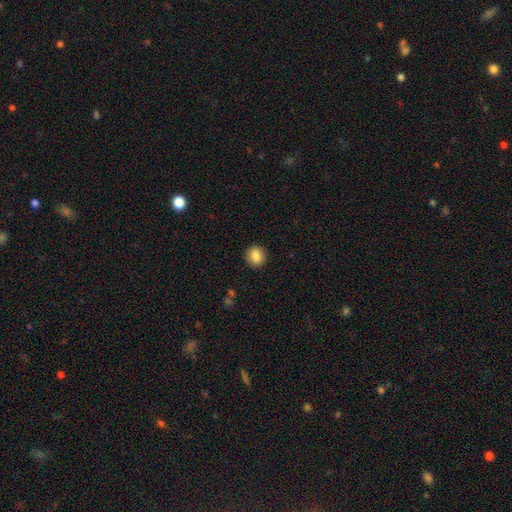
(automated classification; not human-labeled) Overall: smooth (85%). How rounded: round (74%). Merging: none (90%).